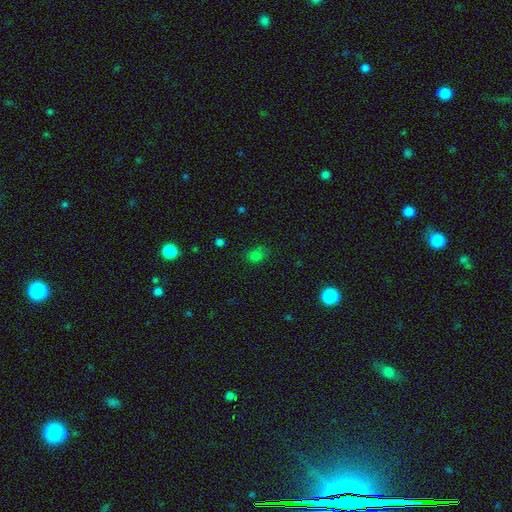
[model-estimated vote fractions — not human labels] This appears to be a smooth galaxy with no disk features (73%) that is in between round and cigar-shaped (57%). Merging: none (66%).